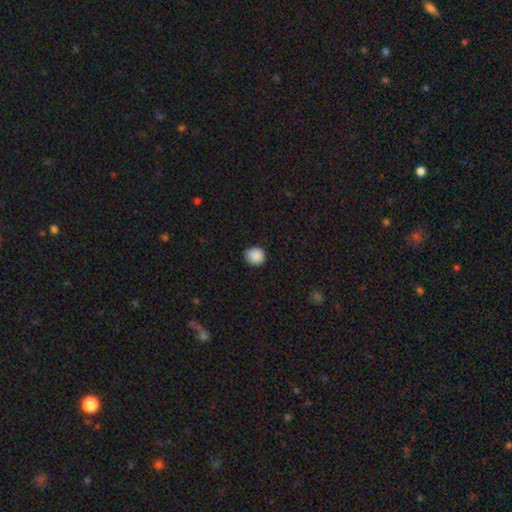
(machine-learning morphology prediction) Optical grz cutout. It shows a smooth galaxy with no disk features (89%) that is round (89%). Merging: none (87%).